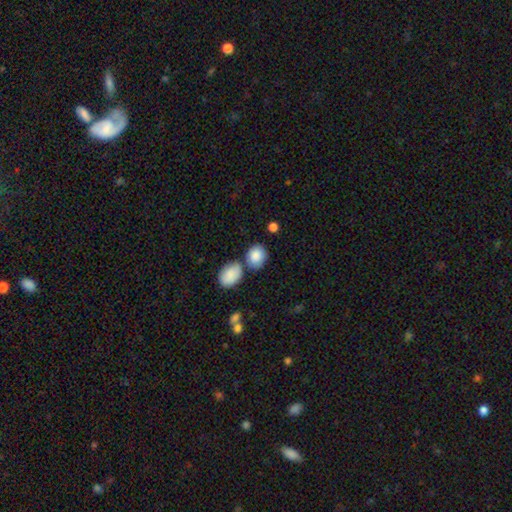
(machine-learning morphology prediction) This is clearly a smooth galaxy (87%). How rounded: possibly round (55%). Merging: likely none (61%).